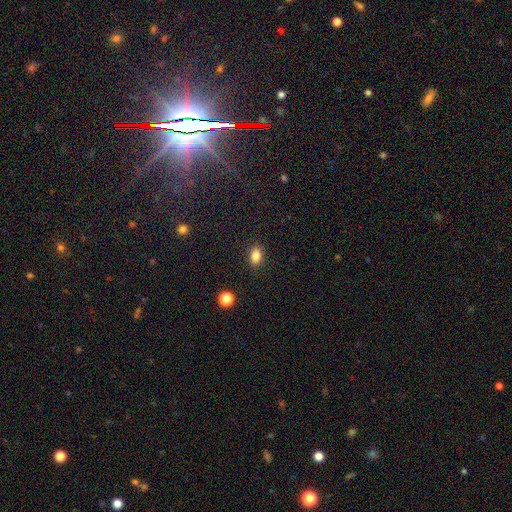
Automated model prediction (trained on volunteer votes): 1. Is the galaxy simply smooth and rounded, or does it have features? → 83% smooth, 10% star or artifact, 7% featured or disk.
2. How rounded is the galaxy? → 79% in between, 19% round, 2% cigar-shaped.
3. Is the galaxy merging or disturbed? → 88% none, 9% minor disturbance, 2% major disturbance, 1% merger.